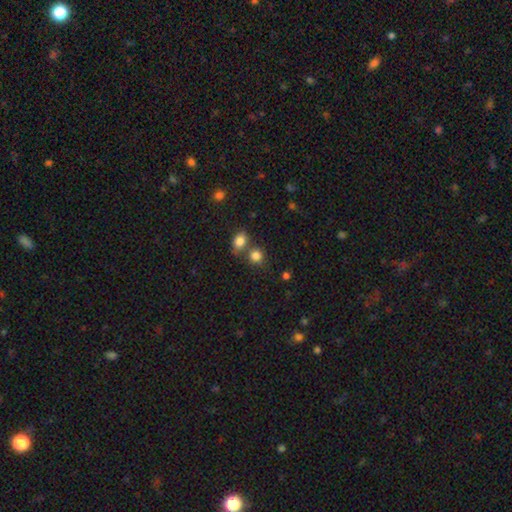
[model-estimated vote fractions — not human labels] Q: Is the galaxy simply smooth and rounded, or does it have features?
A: smooth — 82%.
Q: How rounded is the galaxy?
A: round — 76%.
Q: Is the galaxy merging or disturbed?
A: none — 57%.